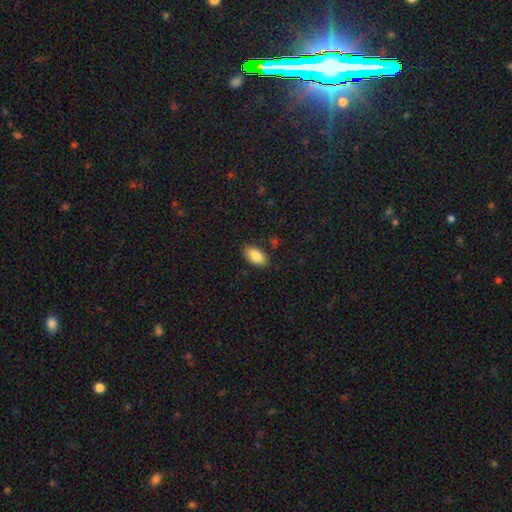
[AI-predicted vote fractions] smooth-or-featured: smooth: 86% | star or artifact: 7% | featured or disk: 7%
  how-rounded: in between: 94% | round: 4% | cigar-shaped: 2%
  merging: none: 85% | minor disturbance: 11% | major disturbance: 2% | merger: 1%